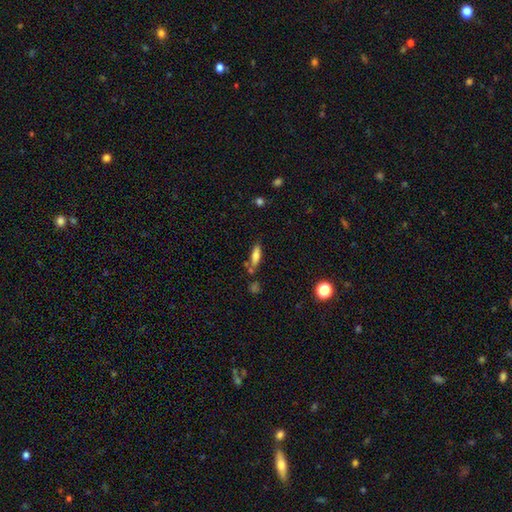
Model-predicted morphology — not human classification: Smooth or featured: smooth — 75% (featured or disk — 16%)
How rounded: in between — 49% (tied with cigar-shaped — 49%)
Merging: none — 63% (minor disturbance — 17%)